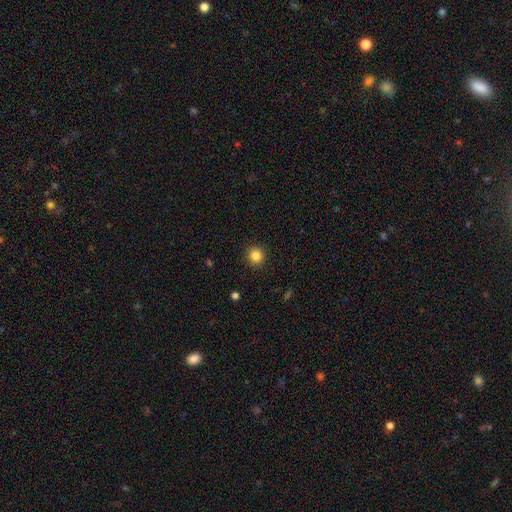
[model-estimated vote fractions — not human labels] Morphology: type=smooth (85%); roundness=round (91%); merging=none (91%).